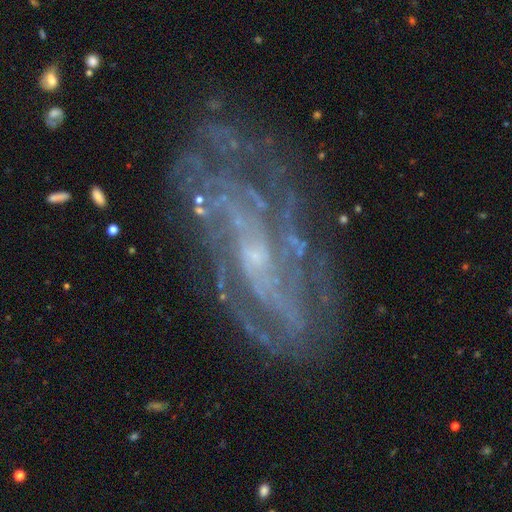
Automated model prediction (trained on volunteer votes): Smooth or featured? featured or disk (73%)
Edge-on disk? no (88%)
Bar? weak (41%)
Spiral arms? yes (85%)
Spiral winding? tight (51%)
Spiral arm count? can't tell (45%)
Bulge size? small (77%)
Merging? none (72%)